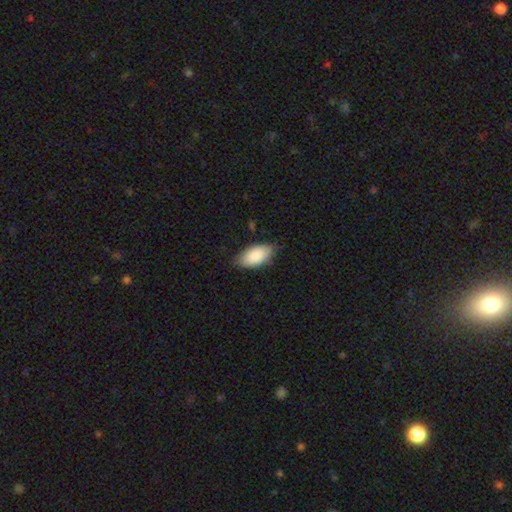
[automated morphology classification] Overall: smooth (88%). How rounded: in between (94%). Merging: none (78%).